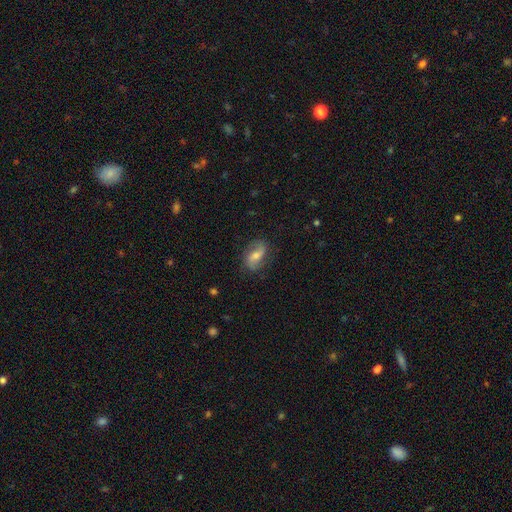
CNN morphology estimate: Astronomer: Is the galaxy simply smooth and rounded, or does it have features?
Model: featured or disk — 66%.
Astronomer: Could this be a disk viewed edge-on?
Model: no — 95%.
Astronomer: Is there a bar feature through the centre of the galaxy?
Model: weak — 44% (runner-up: no, 36%).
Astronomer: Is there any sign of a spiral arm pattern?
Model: yes — 91%.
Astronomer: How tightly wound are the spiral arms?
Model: loose — 48% (runner-up: medium, 36%).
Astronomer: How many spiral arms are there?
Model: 2 — 88%.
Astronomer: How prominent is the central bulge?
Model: moderate — 57%.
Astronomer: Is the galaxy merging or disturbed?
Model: none — 79%.